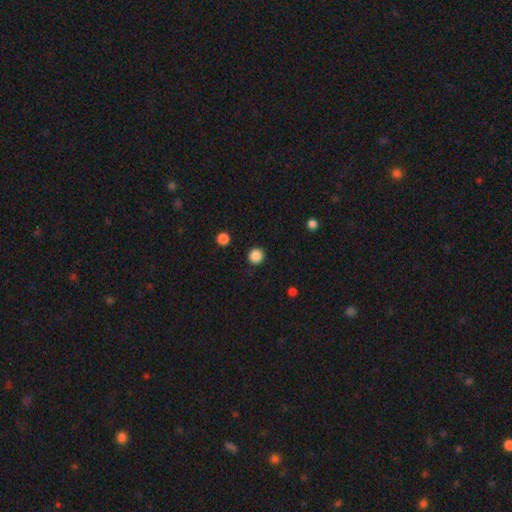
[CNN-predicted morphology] Overall: smooth (87%). How rounded: round (94%). Merging: none (92%).